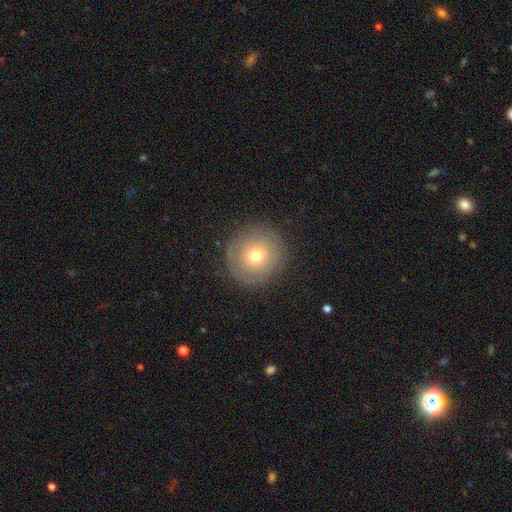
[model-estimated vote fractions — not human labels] The model was most divided on "smooth or featured": smooth: 65%, featured or disk: 23%, star or artifact: 12%. More confident: how rounded — round (94%); merging — none (86%).